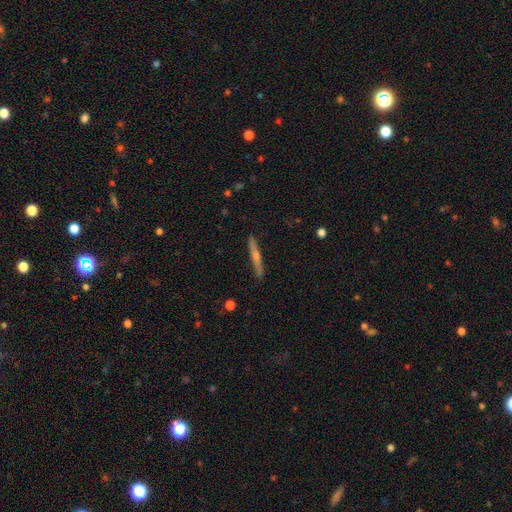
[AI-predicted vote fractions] Smooth or featured?
  - featured or disk: 64% *
  - smooth: 30%
  - star or artifact: 6%
Edge-on disk?
  - yes: 96% *
  - no: 4%
Edge-on bulge?
  - rounded: 77% *
  - none: 18%
  - boxy: 5%
Merging?
  - none: 88% *
  - minor disturbance: 9%
  - major disturbance: 2%
  - merger: 1%